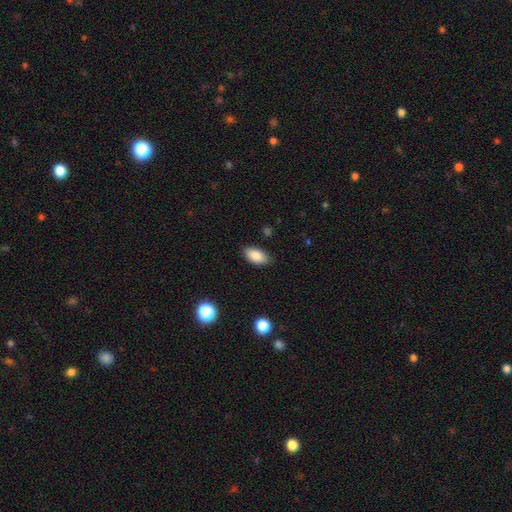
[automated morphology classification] This appears to be a smooth galaxy with no disk features (85%) that is in between round and cigar-shaped (92%). Merging: none (85%).